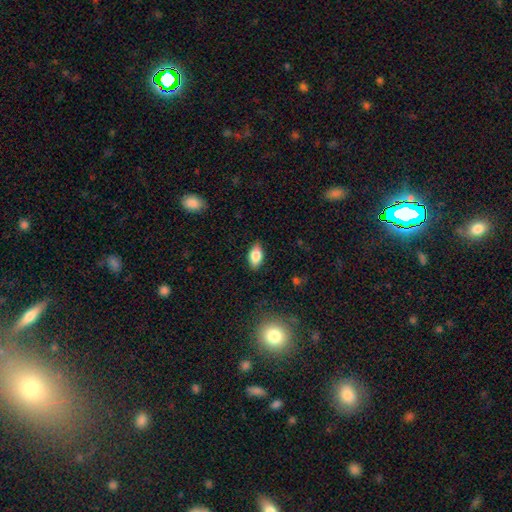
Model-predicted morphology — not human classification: Smooth or featured: smooth — 83% (featured or disk — 9%)
How rounded: in between — 91% (round — 5%)
Merging: none — 86% (minor disturbance — 10%)